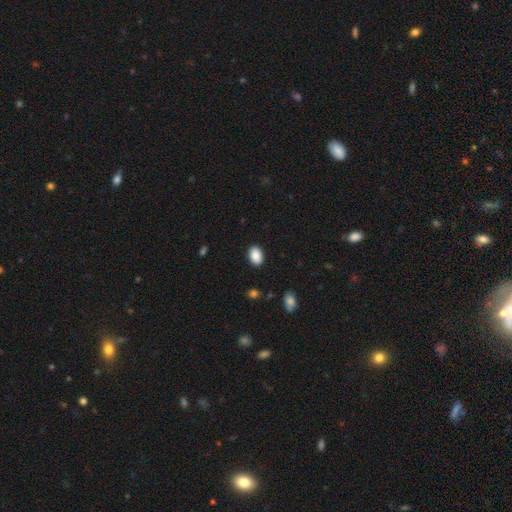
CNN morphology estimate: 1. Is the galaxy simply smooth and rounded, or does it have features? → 89% smooth, 7% star or artifact, 4% featured or disk.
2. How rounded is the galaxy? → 83% in between, 16% round, 1% cigar-shaped.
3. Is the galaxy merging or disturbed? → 89% none, 8% minor disturbance, 2% major disturbance, 1% merger.